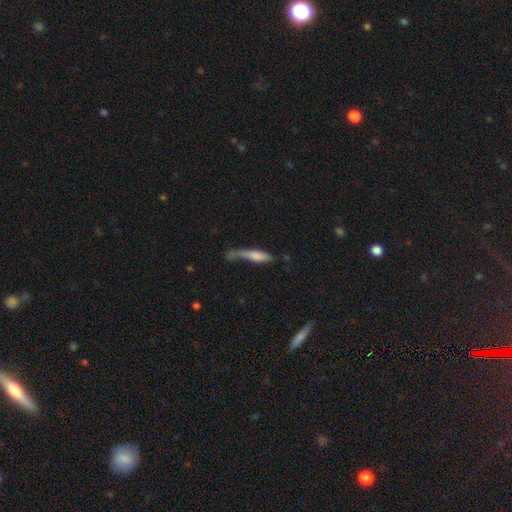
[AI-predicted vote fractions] Smooth or featured?
  - smooth: 68% *
  - featured or disk: 24%
  - star or artifact: 8%
How rounded?
  - cigar-shaped: 76% *
  - in between: 21%
  - round: 2%
Merging?
  - none: 33% *
  - major disturbance: 27%
  - minor disturbance: 26%
  - merger: 14%